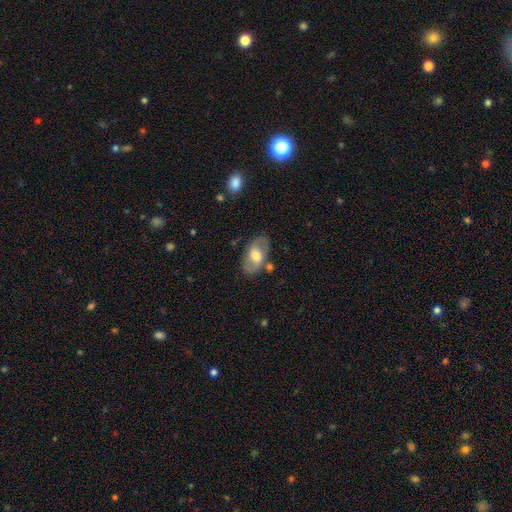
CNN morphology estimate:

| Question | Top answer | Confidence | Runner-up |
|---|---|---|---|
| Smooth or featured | featured or disk | 51% | smooth (43%) |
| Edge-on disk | no | 91% | yes (9%) |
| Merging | none | 74% | minor disturbance (16%) |